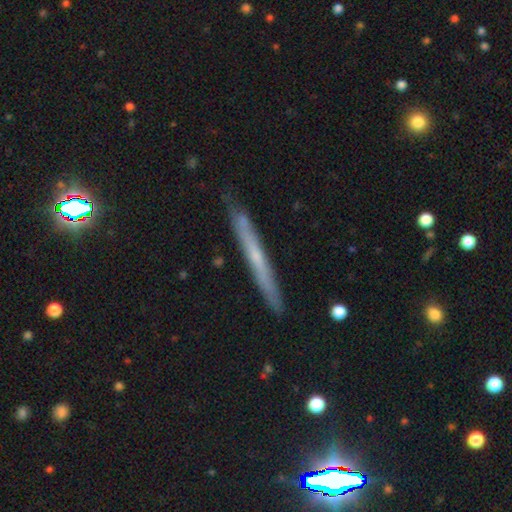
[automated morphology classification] A featured or disk galaxy (54%) viewed edge-on (94%) with no central bulge (70%).

Vote fractions:
- Smooth or featured? featured or disk: 54% / smooth: 40% / star or artifact: 7%
- Edge-on disk? yes: 94% / no: 6%
- Edge-on bulge? none: 70% / rounded: 26% / boxy: 4%
- Merging? none: 85% / minor disturbance: 12% / major disturbance: 2% / merger: 1%